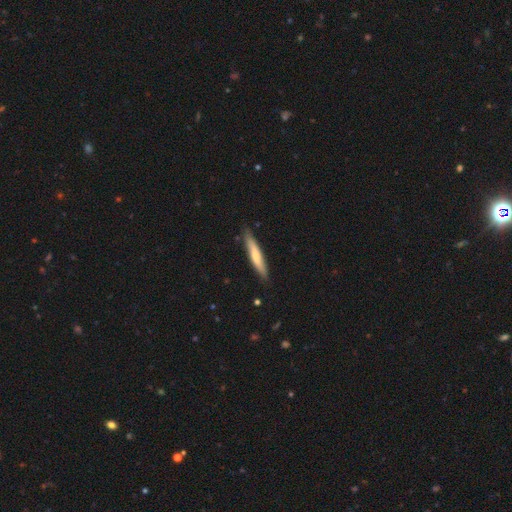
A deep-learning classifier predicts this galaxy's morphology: This appears to be a smooth galaxy with no disk features (62%) that is cigar-shaped (91%). Merging: none (84%).